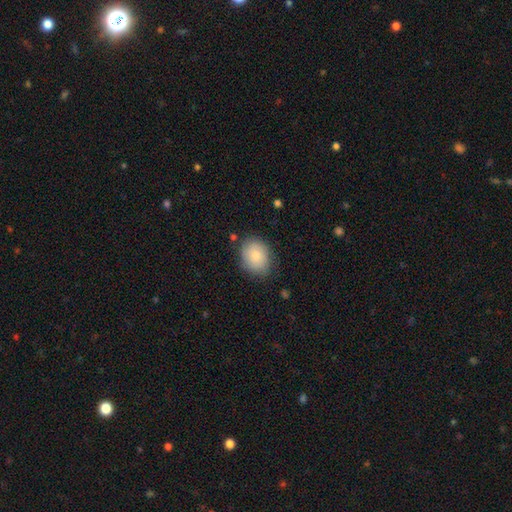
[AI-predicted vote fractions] A smooth galaxy with no disk features (80%) that is round (51%).

Vote fractions:
- Smooth or featured? smooth: 80% / featured or disk: 12% / star or artifact: 8%
- How rounded? round: 51% / in between: 48% / cigar-shaped: 1%
- Merging? none: 76% / minor disturbance: 18% / major disturbance: 4% / merger: 2%